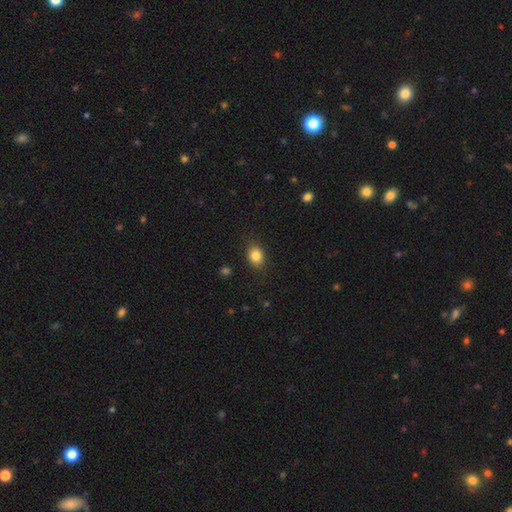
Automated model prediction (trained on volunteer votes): Q: Smooth or featured?
A: smooth (84%); runner-up: star or artifact (10%)
Q: How rounded?
A: in between (55%); runner-up: round (44%)
Q: Merging?
A: none (85%); runner-up: minor disturbance (11%)